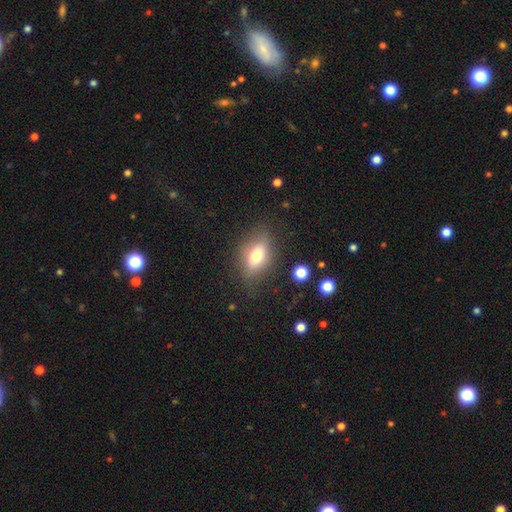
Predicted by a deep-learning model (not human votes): Smooth or featured?
  - smooth: 67% *
  - featured or disk: 23%
  - star or artifact: 10%
How rounded?
  - in between: 79% *
  - round: 15%
  - cigar-shaped: 7%
Merging?
  - none: 75% *
  - minor disturbance: 17%
  - major disturbance: 7%
  - merger: 2%